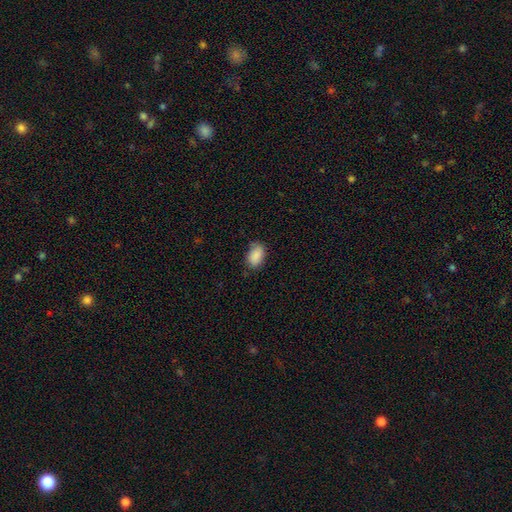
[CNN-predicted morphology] Q: Smooth or featured?
A: smooth (88%); runner-up: star or artifact (7%)
Q: How rounded?
A: in between (90%); runner-up: round (8%)
Q: Merging?
A: none (72%); runner-up: minor disturbance (22%)